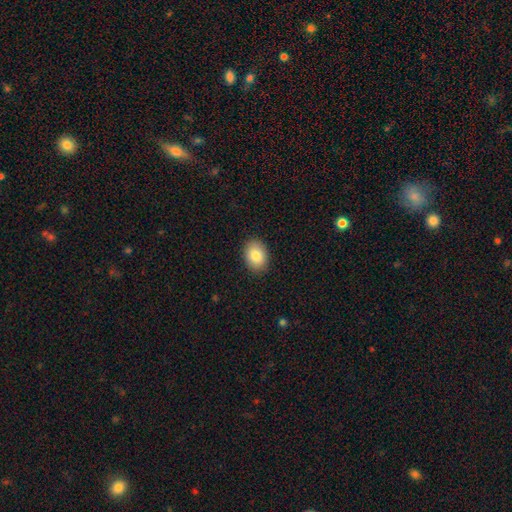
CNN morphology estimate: Smooth or featured: smooth — 85% (featured or disk — 8%)
How rounded: in between — 71% (round — 28%)
Merging: none — 89% (minor disturbance — 8%)